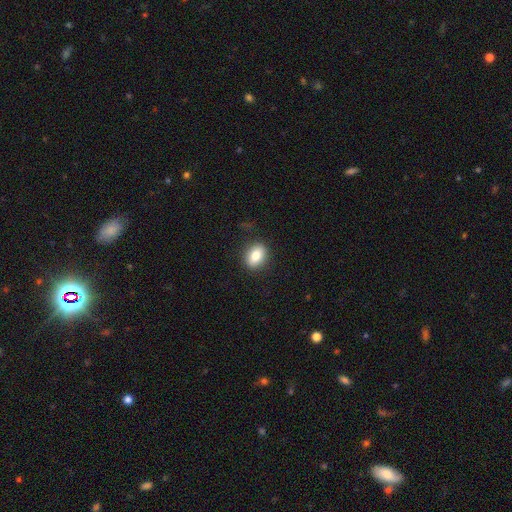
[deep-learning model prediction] Smooth or featured?
  - smooth: 81% *
  - featured or disk: 11%
  - star or artifact: 9%
How rounded?
  - in between: 67% *
  - round: 31%
  - cigar-shaped: 2%
Merging?
  - none: 87% *
  - minor disturbance: 9%
  - major disturbance: 3%
  - merger: 1%